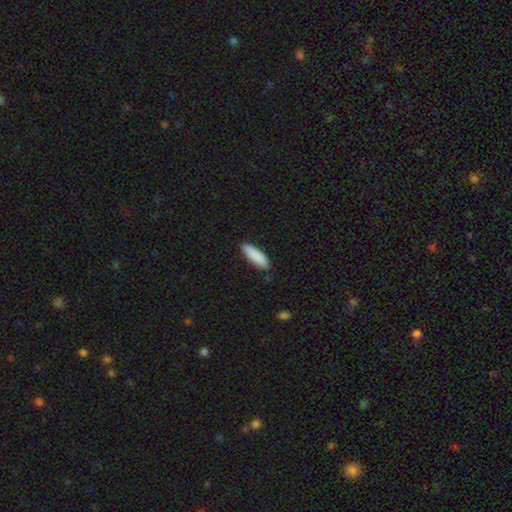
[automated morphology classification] smooth_or_featured: smooth (p=0.89) [alt: star or artifact p=0.06]
how_rounded: in between (p=0.54) [alt: cigar-shaped p=0.45]
merging: none (p=0.83) [alt: minor disturbance p=0.13]